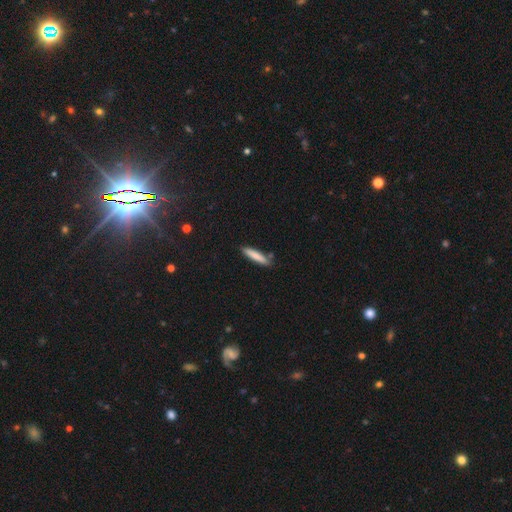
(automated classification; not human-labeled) Morphology: type=smooth (80%); roundness=cigar-shaped (89%); merging=none (84%).